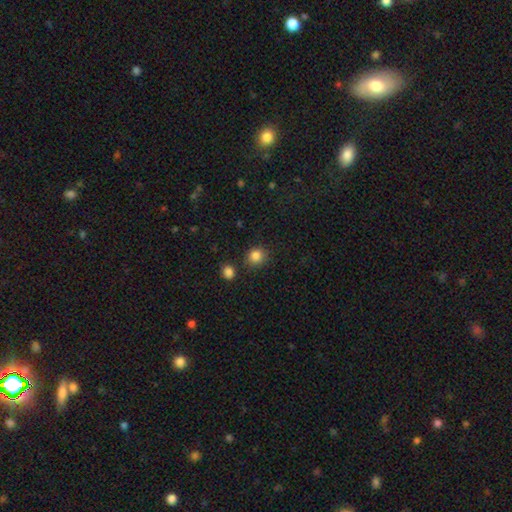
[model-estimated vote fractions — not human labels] This appears to be a smooth galaxy with no disk features (85%) that is round (86%). Merging: none (84%).